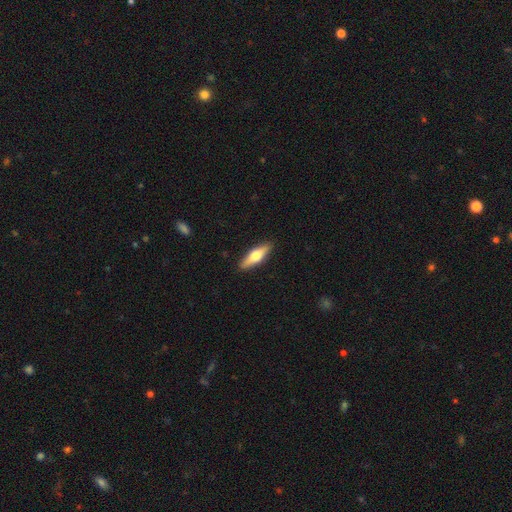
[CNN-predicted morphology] Overall: smooth (47%, tied with featured or disk). Merging: none (90%).